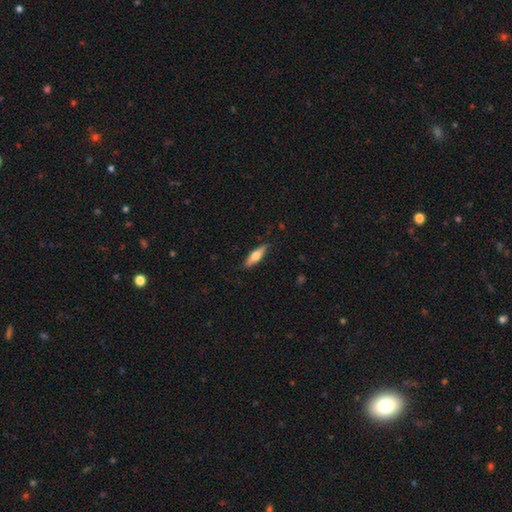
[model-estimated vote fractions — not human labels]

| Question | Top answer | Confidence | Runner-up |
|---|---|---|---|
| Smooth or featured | smooth | 55% | featured or disk (40%) |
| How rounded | cigar-shaped | 61% | in between (37%) |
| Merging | none | 87% | minor disturbance (10%) |